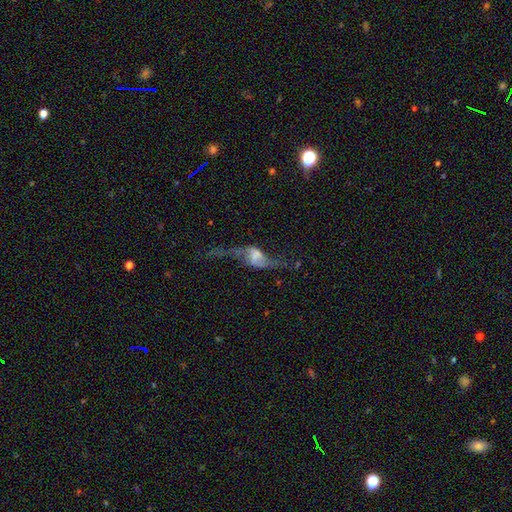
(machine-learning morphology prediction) A featured or disk galaxy (77%) with a weak bar (40%), 2 (92%) loose (90%) spiral arms (82%) and no central bulge (37%). Merging: none (38%).